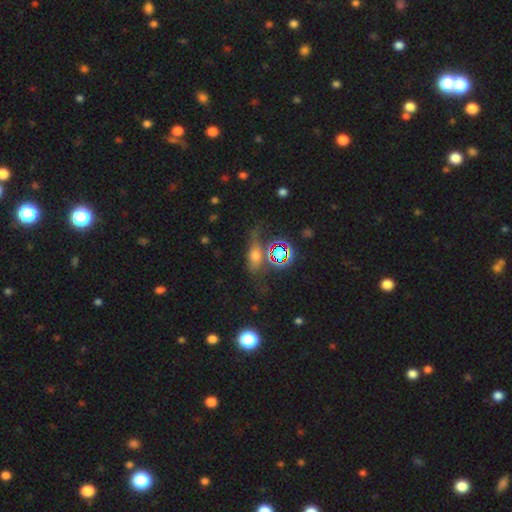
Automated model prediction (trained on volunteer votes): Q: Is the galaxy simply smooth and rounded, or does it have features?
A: smooth — 50%.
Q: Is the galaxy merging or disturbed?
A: none — 62%.